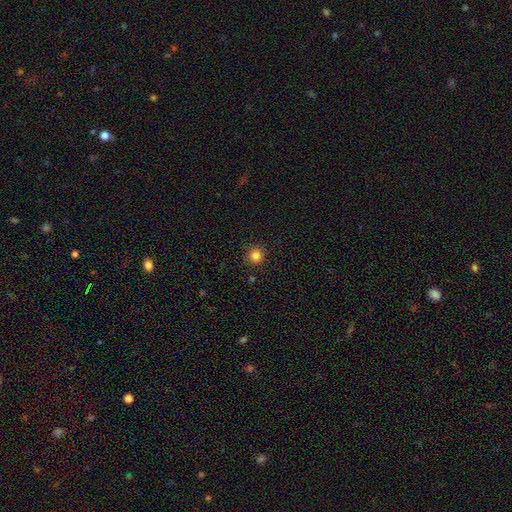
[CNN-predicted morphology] smooth_or_featured: smooth (p=0.84) [alt: star or artifact p=0.12]
how_rounded: round (p=0.94) [alt: in between p=0.05]
merging: none (p=0.89) [alt: minor disturbance p=0.07]